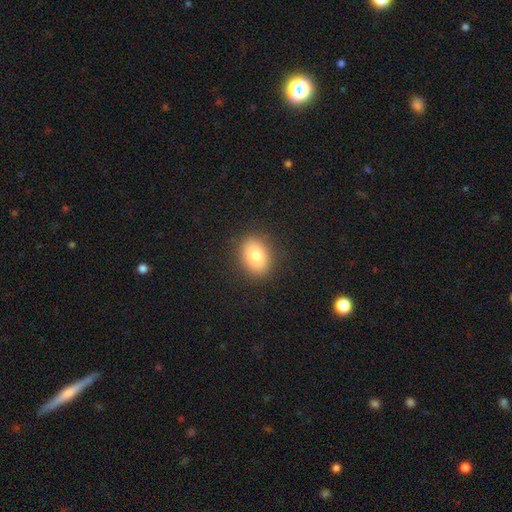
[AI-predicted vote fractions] Smooth or featured: smooth — 80% (featured or disk — 10%)
How rounded: in between — 66% (round — 33%)
Merging: none — 88% (minor disturbance — 8%)